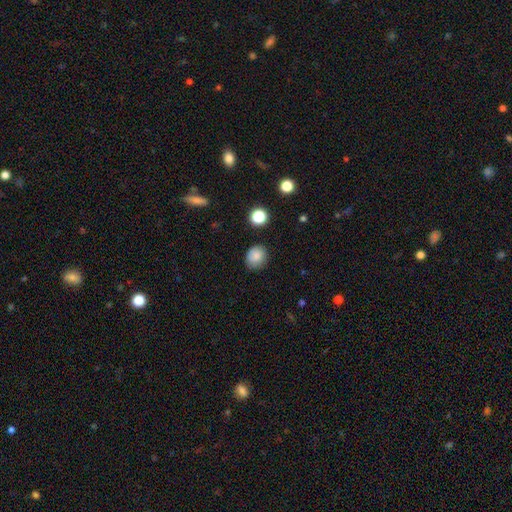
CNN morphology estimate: Smooth or featured? Predicted: smooth (p=0.84). How rounded? Predicted: round (p=0.70). Merging? Predicted: none (p=0.81).